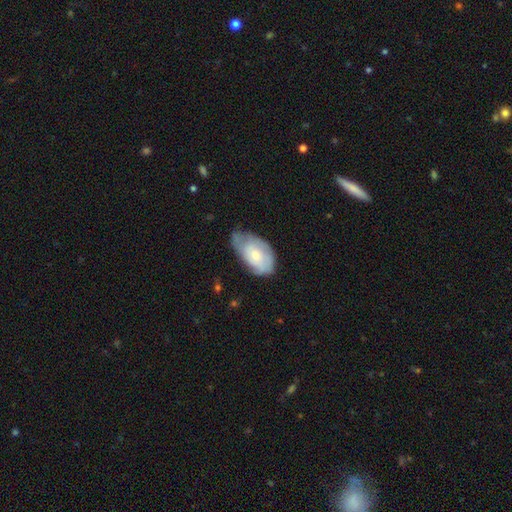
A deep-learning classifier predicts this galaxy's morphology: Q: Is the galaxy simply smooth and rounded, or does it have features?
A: smooth — 56%.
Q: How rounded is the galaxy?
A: in between — 93%.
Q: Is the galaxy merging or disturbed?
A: minor disturbance — 45%.